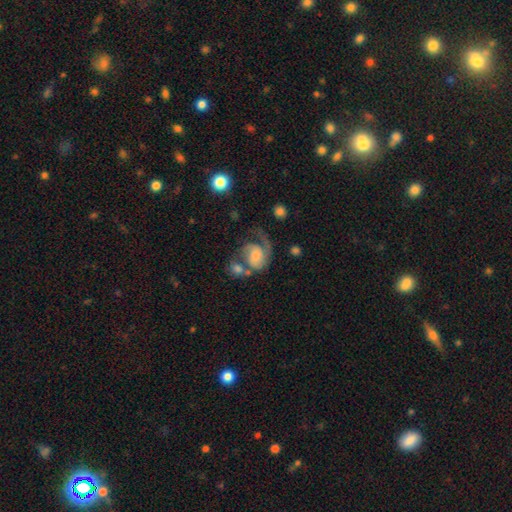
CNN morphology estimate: This is likely a featured or disk galaxy (70%). It is clearly not viewed edge-on (98%). Bar: likely no (64%). Spiral arm pattern: clearly yes (90%). Spiral arm count: possibly 1 (46%). Spiral winding: marginally medium (44%). Central bulge: marginally moderate (37%). Merging: marginally none (30%).